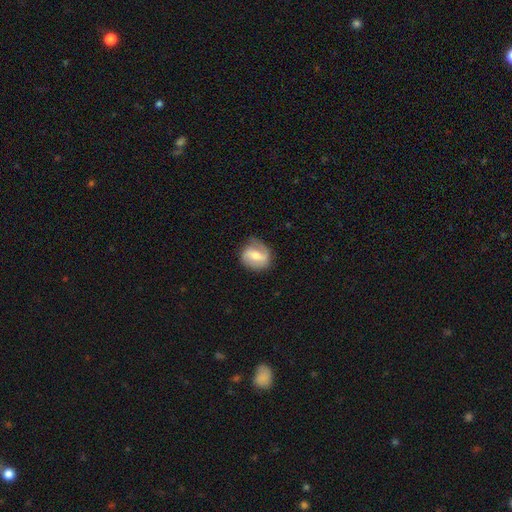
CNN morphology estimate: featured or disk 65%, smooth 29%, star or artifact 6%. Down the decision tree: edge-on disk — no (96%); bar — weak (44%); spiral arms — yes (85%); spiral arm count — 2 (79%); spiral winding — medium (42%); bulge size — moderate (59%); merging — none (73%).